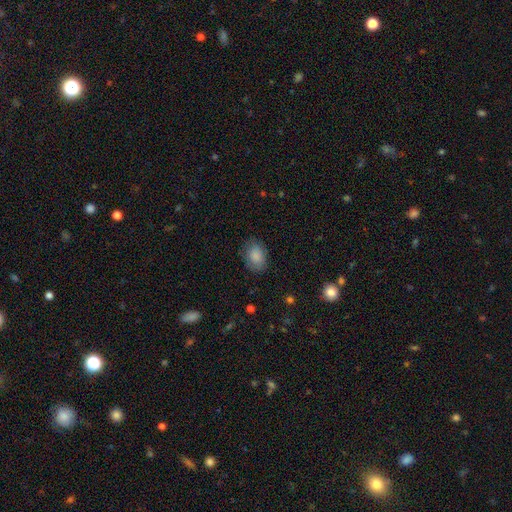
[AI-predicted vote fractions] This appears to be a smooth galaxy with no disk features (86%) that is in between round and cigar-shaped (73%). Merging: none (77%).